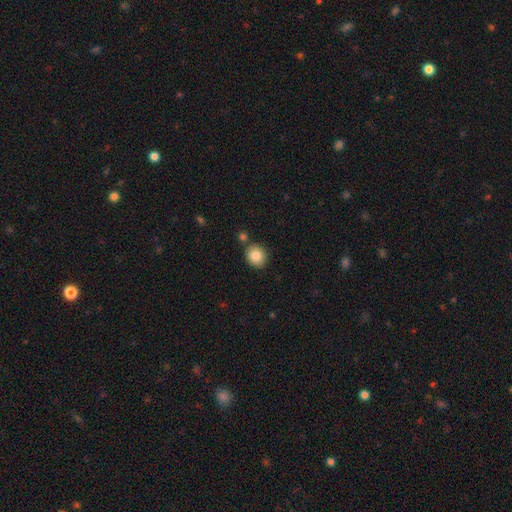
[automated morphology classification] type=smooth (86%); roundness=round (69%); merging=none (79%).